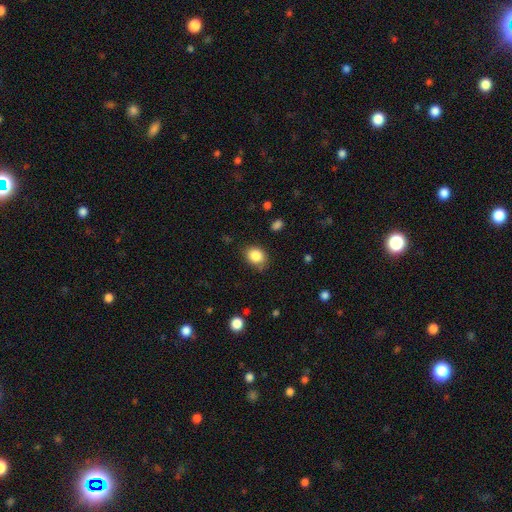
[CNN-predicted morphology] Overall: smooth (85%). How rounded: round (57%; in between 42%). Merging: none (73%).